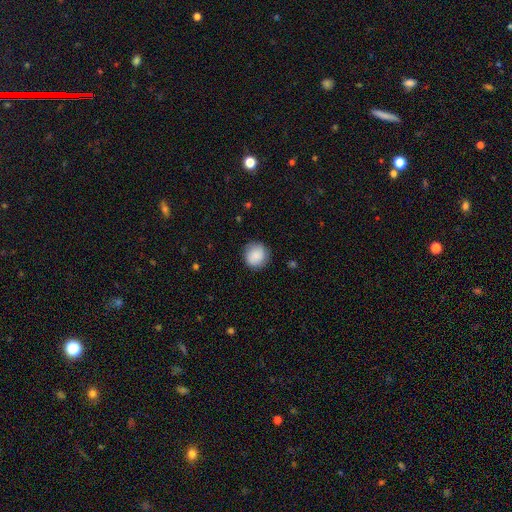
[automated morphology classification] A smooth galaxy with no disk features (86%) that is round (91%).

Vote fractions:
- Smooth or featured? smooth: 86% / star or artifact: 7% / featured or disk: 7%
- How rounded? round: 91% / in between: 8% / cigar-shaped: 1%
- Merging? none: 85% / minor disturbance: 11% / major disturbance: 3% / merger: 1%